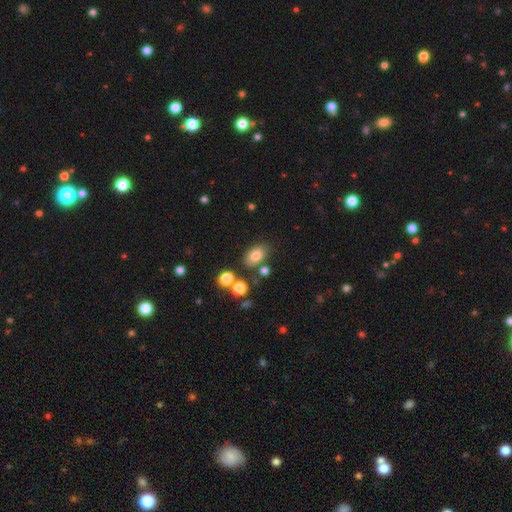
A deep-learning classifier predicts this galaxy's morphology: A smooth galaxy with no disk features (78%) that is in between round and cigar-shaped (84%).

Vote fractions:
- Smooth or featured? smooth: 78% / star or artifact: 11% / featured or disk: 10%
- How rounded? in between: 84% / round: 15% / cigar-shaped: 1%
- Merging? none: 72% / minor disturbance: 14% / merger: 10% / major disturbance: 5%